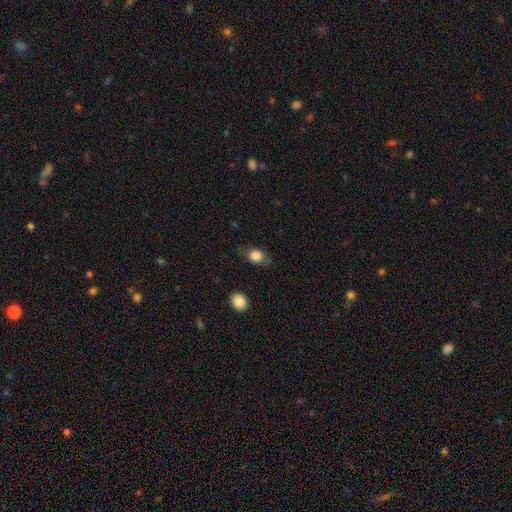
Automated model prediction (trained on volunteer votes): Overall: smooth (80%). How rounded: in between (70%). Merging: none (75%).